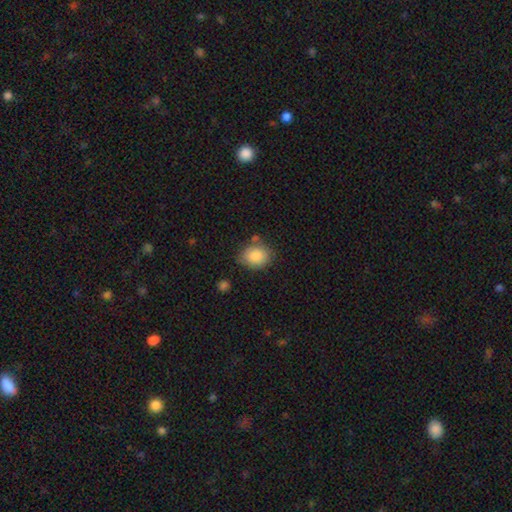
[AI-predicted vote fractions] This appears to be a smooth galaxy with no disk features (85%) that is in between round and cigar-shaped (50%). Merging: none (72%).